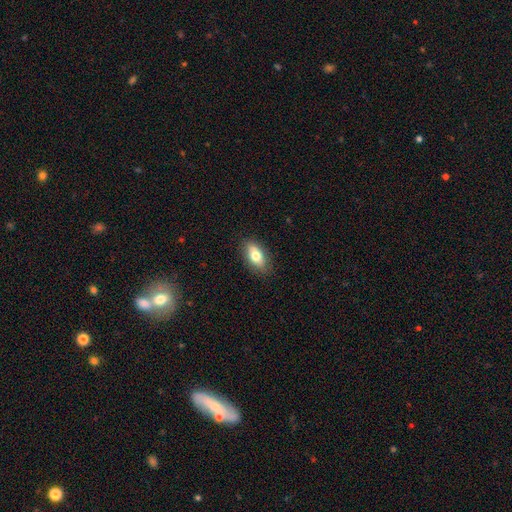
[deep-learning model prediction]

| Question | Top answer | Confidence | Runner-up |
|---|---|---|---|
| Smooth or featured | smooth | 75% | featured or disk (18%) |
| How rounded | in between | 87% | cigar-shaped (8%) |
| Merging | none | 86% | minor disturbance (11%) |